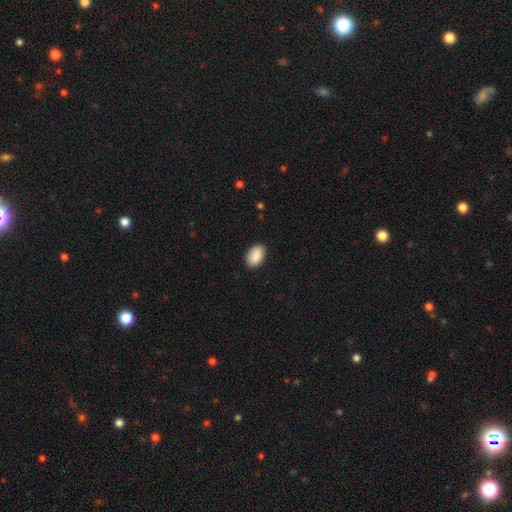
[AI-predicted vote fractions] This appears to be a smooth galaxy with no disk features (89%) that is in between round and cigar-shaped (93%). Merging: none (88%).